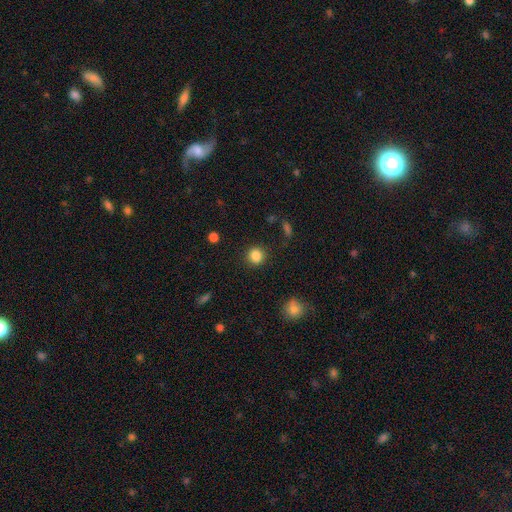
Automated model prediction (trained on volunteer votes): A smooth galaxy with no disk features (85%) that is round (88%).

Vote fractions:
- Smooth or featured? smooth: 85% / star or artifact: 11% / featured or disk: 4%
- How rounded? round: 88% / in between: 11% / cigar-shaped: 1%
- Merging? none: 88% / minor disturbance: 7% / major disturbance: 3% / merger: 2%